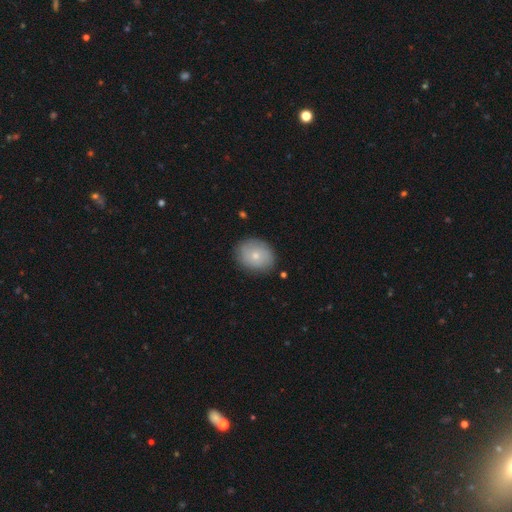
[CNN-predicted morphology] This appears to be a smooth galaxy with no disk features (68%) that is round (55%). Merging: none (83%).